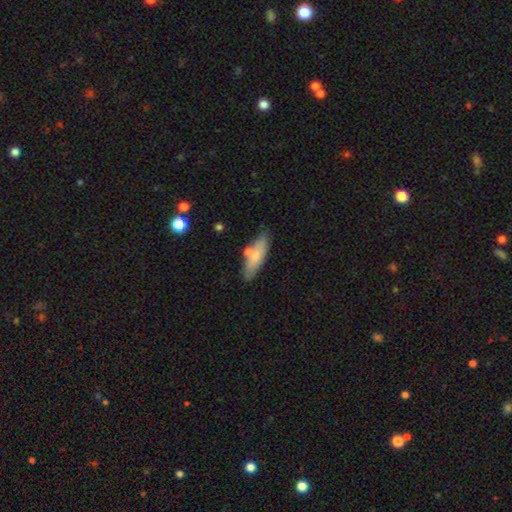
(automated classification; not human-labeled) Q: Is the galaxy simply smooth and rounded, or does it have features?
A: smooth — 72%.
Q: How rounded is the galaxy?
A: cigar-shaped — 51%.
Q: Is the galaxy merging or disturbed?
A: none — 74%.